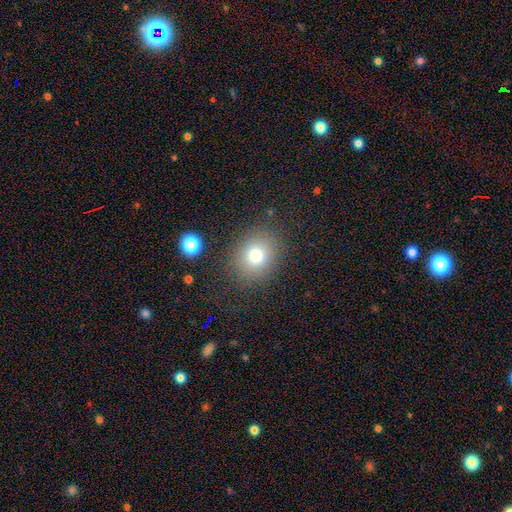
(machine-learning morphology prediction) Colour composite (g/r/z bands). It shows a smooth galaxy with no disk features (76%) that is round (69%). Merging: none (84%).